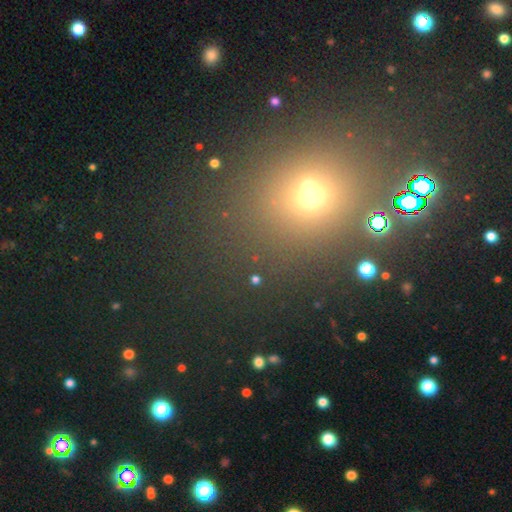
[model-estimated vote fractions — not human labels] Q: Smooth or featured?
A: star or artifact (49%); runner-up: smooth (40%)